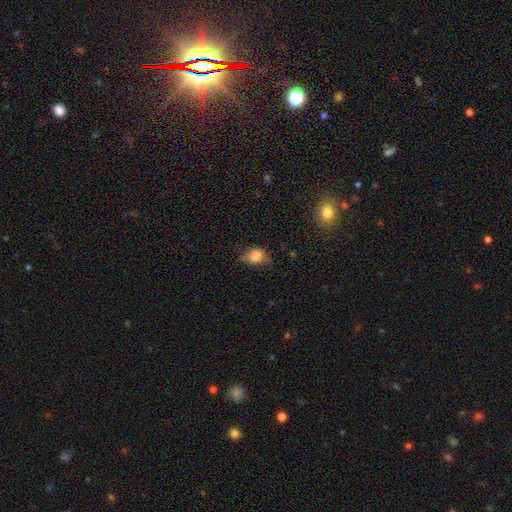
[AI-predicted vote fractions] Smooth or featured?
  - smooth: 81% *
  - star or artifact: 9%
  - featured or disk: 9%
How rounded?
  - in between: 62% *
  - round: 37%
  - cigar-shaped: 2%
Merging?
  - none: 50% *
  - minor disturbance: 35%
  - major disturbance: 13%
  - merger: 2%